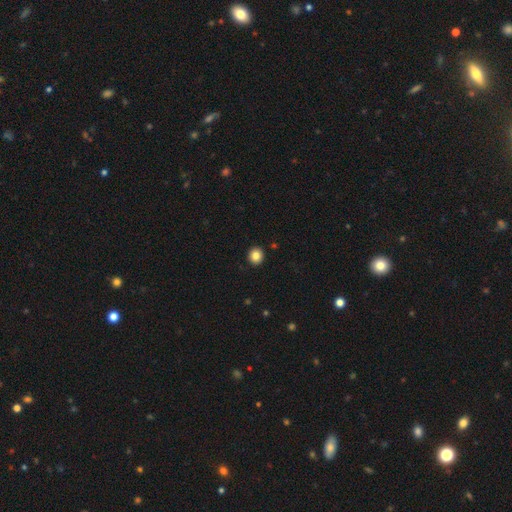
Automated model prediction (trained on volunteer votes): This is clearly a smooth galaxy (85%). How rounded: clearly round (87%). Merging: clearly none (93%).